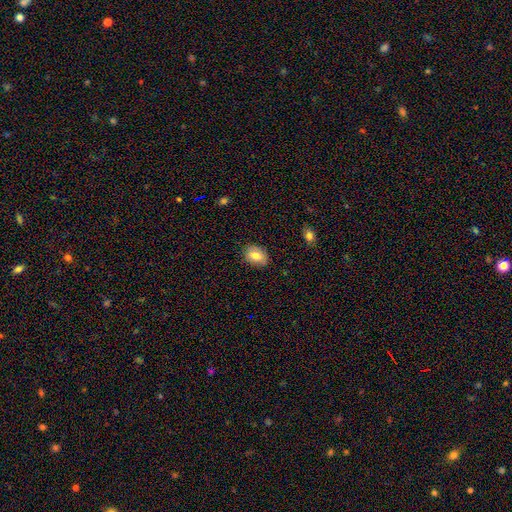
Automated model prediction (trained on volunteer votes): This appears to be a smooth galaxy with no disk features (76%) that is in between round and cigar-shaped (78%). Merging: none (82%).